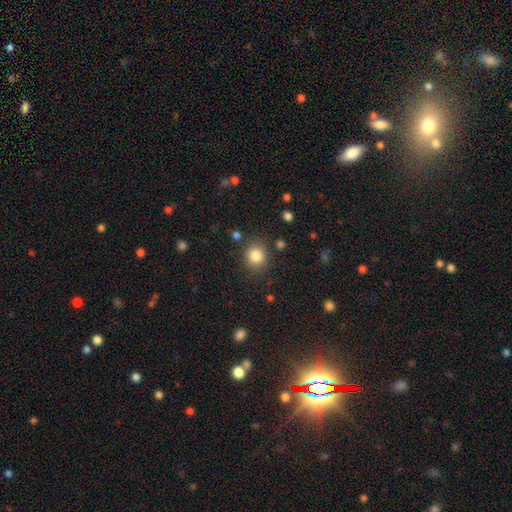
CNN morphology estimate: smooth_or_featured: smooth (p=0.84) [alt: star or artifact p=0.11]
how_rounded: round (p=0.81) [alt: in between p=0.18]
merging: none (p=0.84) [alt: minor disturbance p=0.10]